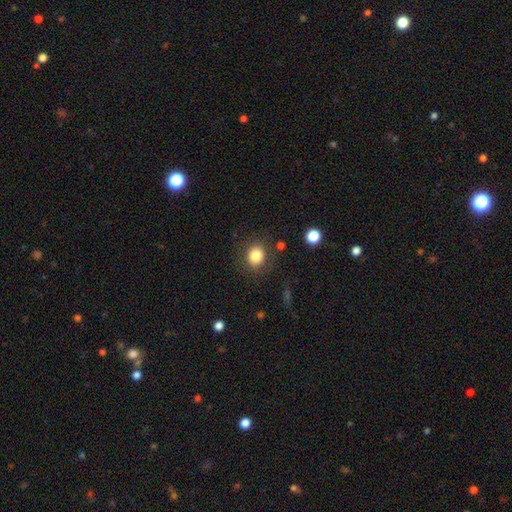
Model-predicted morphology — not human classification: Smooth or featured? Predicted: smooth (p=0.83). How rounded? Predicted: round (p=0.71). Merging? Predicted: none (p=0.85).